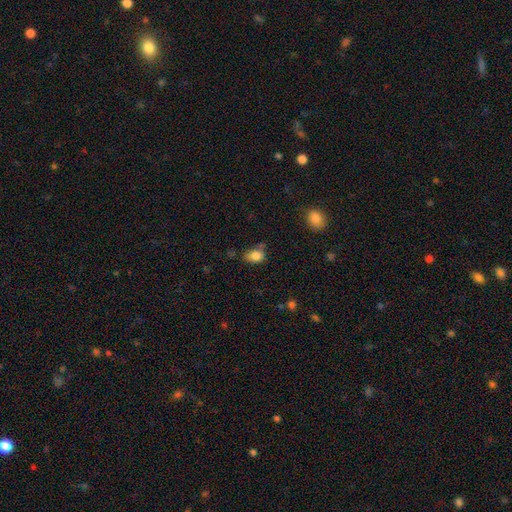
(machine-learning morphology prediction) Smooth or featured: smooth — 83% (star or artifact — 10%)
How rounded: in between — 75% (round — 24%)
Merging: none — 52% (minor disturbance — 30%)